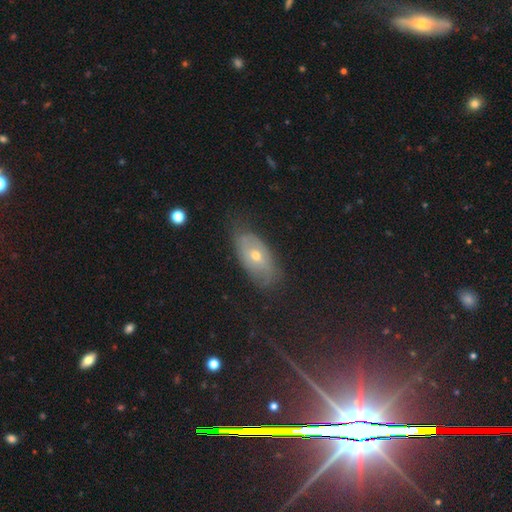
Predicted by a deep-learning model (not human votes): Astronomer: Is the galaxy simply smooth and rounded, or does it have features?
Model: featured or disk — 55% (runner-up: smooth, 34%).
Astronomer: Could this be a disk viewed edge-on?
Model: no — 86%.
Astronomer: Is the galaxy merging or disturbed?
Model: none — 67%.